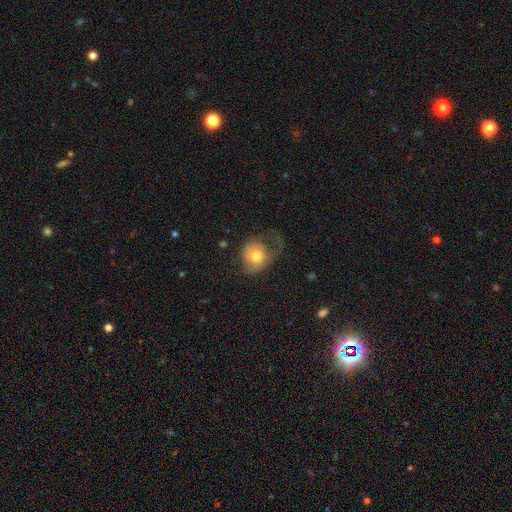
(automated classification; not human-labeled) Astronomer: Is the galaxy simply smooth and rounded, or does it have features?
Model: smooth — 66%.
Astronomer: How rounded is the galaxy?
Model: round — 63%.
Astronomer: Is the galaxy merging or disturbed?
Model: major disturbance — 44% (runner-up: none, 28%).